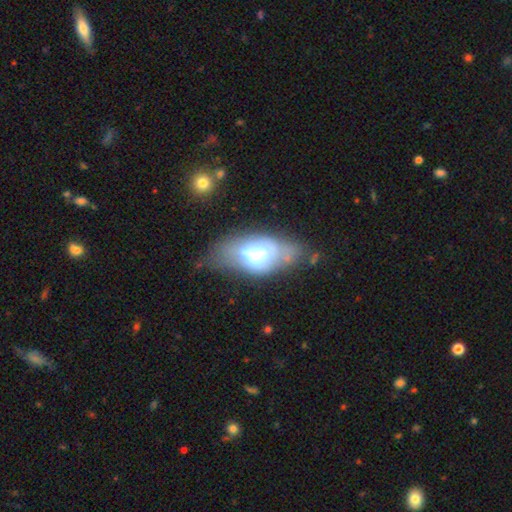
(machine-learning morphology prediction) Smooth or featured: smooth — 52% (featured or disk — 39%)
How rounded: in between — 86% (cigar-shaped — 8%)
Merging: none — 47% (minor disturbance — 26%)